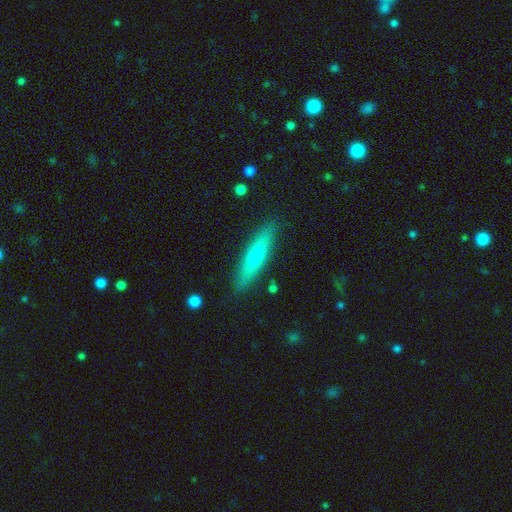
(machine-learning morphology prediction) A smooth galaxy with no disk features (57%) that is cigar-shaped (84%). Merging: none (88%).